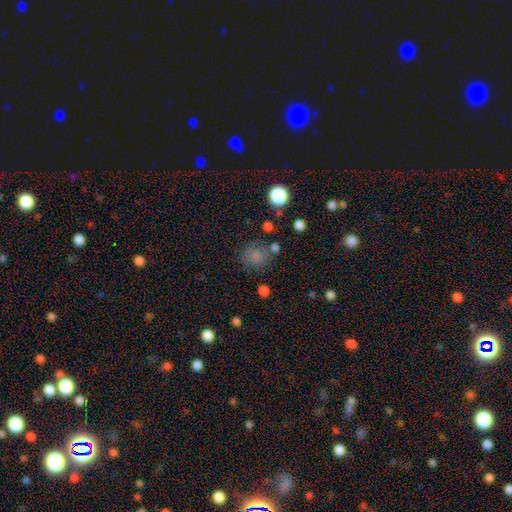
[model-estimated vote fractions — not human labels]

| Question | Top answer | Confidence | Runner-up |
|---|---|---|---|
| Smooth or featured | smooth | 77% | star or artifact (16%) |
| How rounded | round | 81% | in between (18%) |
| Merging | none | 72% | minor disturbance (15%) |